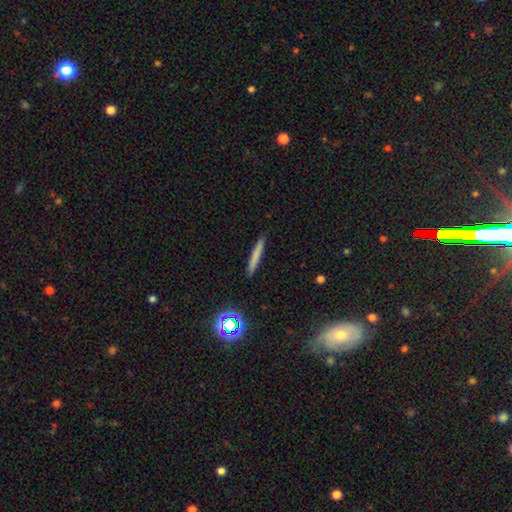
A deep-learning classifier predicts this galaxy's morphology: A smooth galaxy with no disk features (71%) that is cigar-shaped (95%). Merging: none (91%).